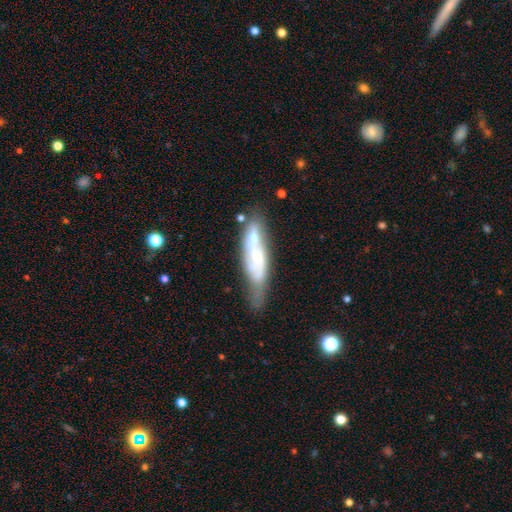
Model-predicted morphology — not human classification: featured or disk 62%, smooth 30%, star or artifact 8%. Down the decision tree: edge-on disk — no (75%); merging — none (43%).